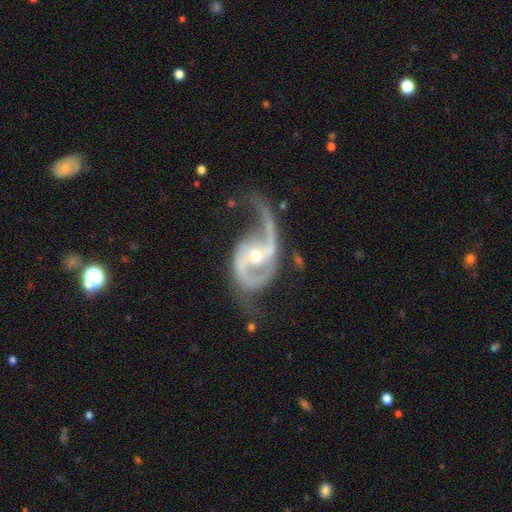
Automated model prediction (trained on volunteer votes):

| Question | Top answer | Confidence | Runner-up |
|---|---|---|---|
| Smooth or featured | featured or disk | 91% | star or artifact (5%) |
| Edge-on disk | no | 97% | yes (3%) |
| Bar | weak | 36% | no (34%) |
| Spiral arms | yes | 97% | no (3%) |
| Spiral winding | loose | 47% | medium (42%) |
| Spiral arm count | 2 | 83% | 1 (11%) |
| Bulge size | small | 53% | moderate (44%) |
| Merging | none | 47% | major disturbance (28%) |